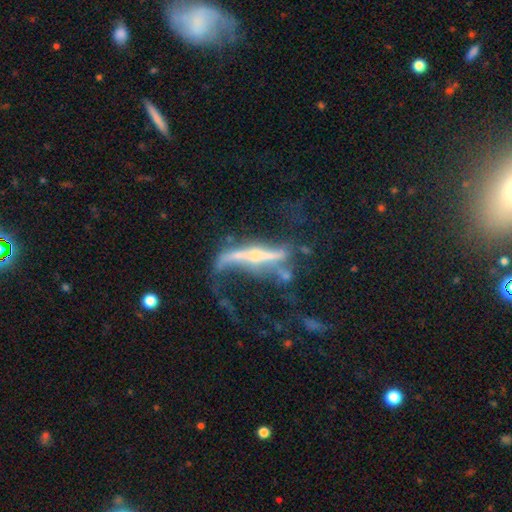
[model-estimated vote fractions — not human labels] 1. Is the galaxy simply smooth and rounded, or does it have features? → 78% featured or disk, 14% smooth, 8% star or artifact.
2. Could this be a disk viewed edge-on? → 68% yes, 32% no.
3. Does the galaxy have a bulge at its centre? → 59% rounded, 27% none, 14% boxy.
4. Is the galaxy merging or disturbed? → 33% major disturbance (tied), 33% none (tied), 18% minor disturbance, 16% merger.